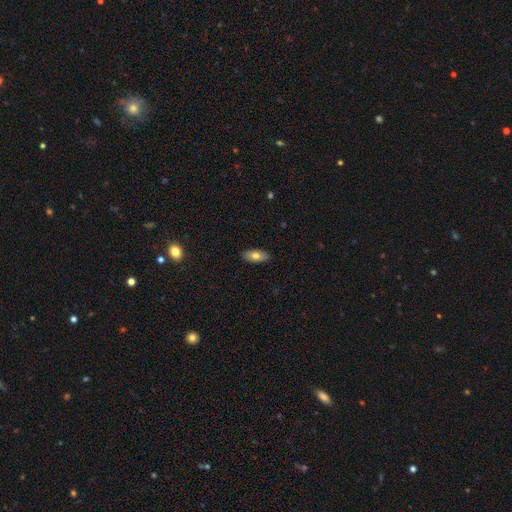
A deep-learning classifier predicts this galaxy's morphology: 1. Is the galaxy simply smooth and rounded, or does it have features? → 73% smooth, 20% featured or disk, 7% star or artifact.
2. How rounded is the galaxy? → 90% in between, 7% cigar-shaped, 3% round.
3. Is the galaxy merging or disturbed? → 89% none, 9% minor disturbance, 2% major disturbance, 1% merger.